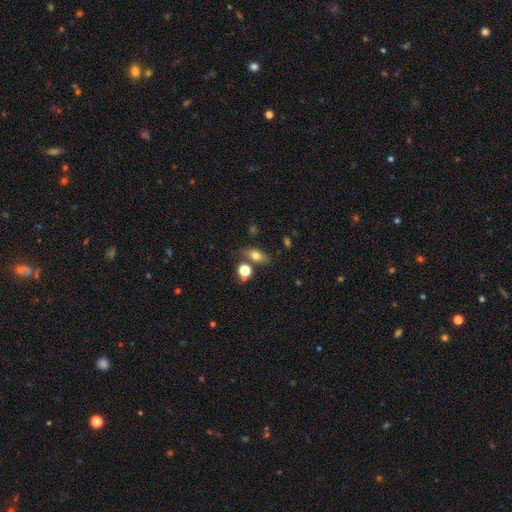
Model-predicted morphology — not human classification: smooth 72%, featured or disk 15%, star or artifact 13%. Down the decision tree: how rounded — in between (73%); merging — none (66%).